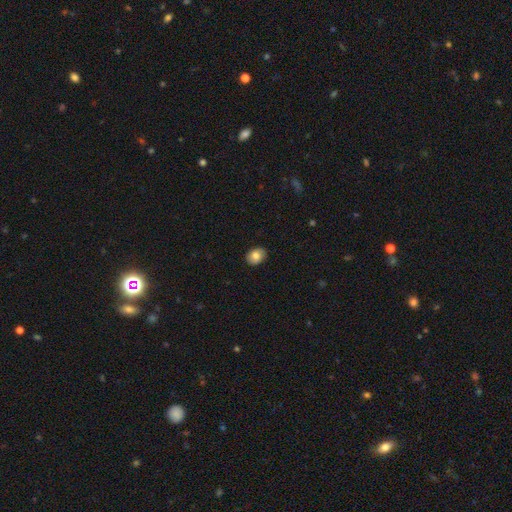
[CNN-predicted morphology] The model was most divided on "how rounded": in between: 58%, round: 41%, cigar-shaped: 1%. More confident: merging — none (88%); smooth or featured — smooth (80%).